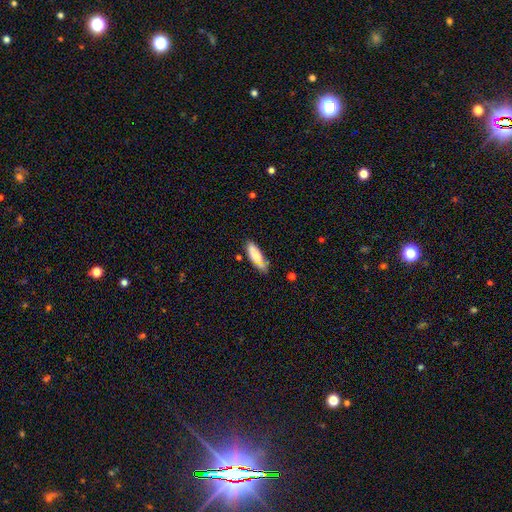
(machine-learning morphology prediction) Overall: smooth (72%). How rounded: in between (63%; cigar-shaped 35%). Merging: none (60%; minor disturbance 26%).